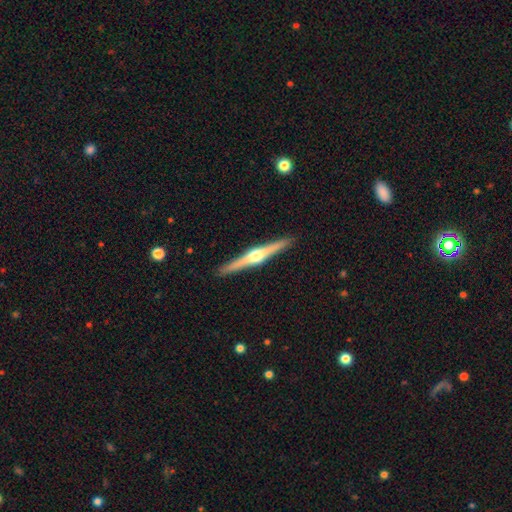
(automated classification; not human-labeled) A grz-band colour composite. It shows a featured or disk galaxy (77%) viewed edge-on (98%) with a rounded central bulge (94%). Merging: none (92%).